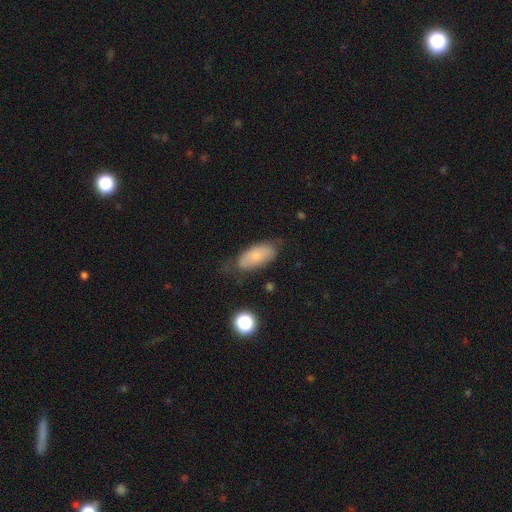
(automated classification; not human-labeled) This is likely a smooth galaxy (71%). How rounded: clearly in between (89%). Merging: likely none (62%).